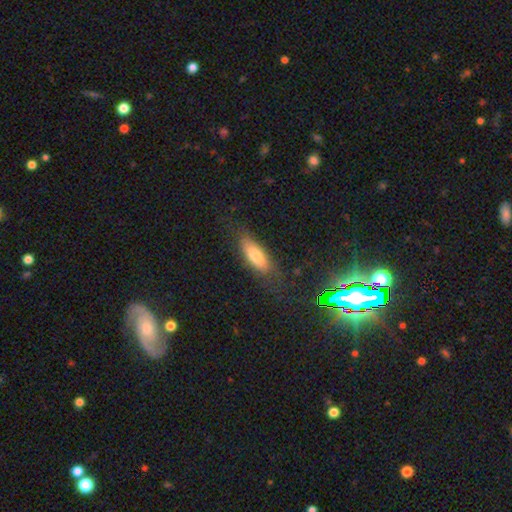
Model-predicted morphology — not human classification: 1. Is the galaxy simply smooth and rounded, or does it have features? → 69% smooth, 19% featured or disk, 11% star or artifact.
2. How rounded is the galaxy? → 64% in between, 34% cigar-shaped, 3% round.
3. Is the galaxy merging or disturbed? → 76% none, 17% minor disturbance, 6% major disturbance, 2% merger.